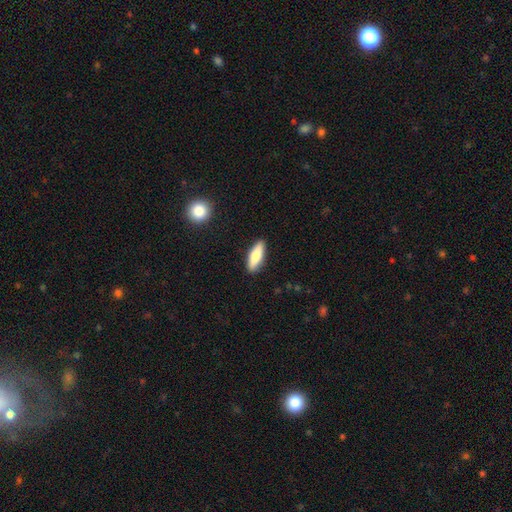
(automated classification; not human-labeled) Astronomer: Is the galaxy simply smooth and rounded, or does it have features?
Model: smooth — 71%.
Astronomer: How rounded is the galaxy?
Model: in between — 51% (runner-up: cigar-shaped, 47%).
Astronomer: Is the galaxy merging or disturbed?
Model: none — 89%.